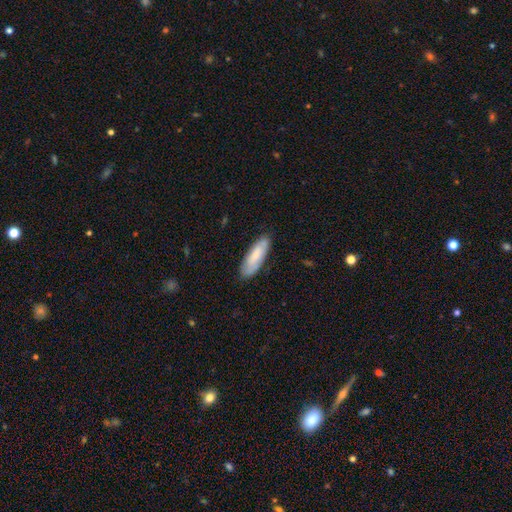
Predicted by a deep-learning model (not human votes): smooth_or_featured: smooth (p=0.70) [alt: featured or disk p=0.24]
how_rounded: in between (p=0.56) [alt: cigar-shaped p=0.42]
merging: none (p=0.81) [alt: minor disturbance p=0.15]